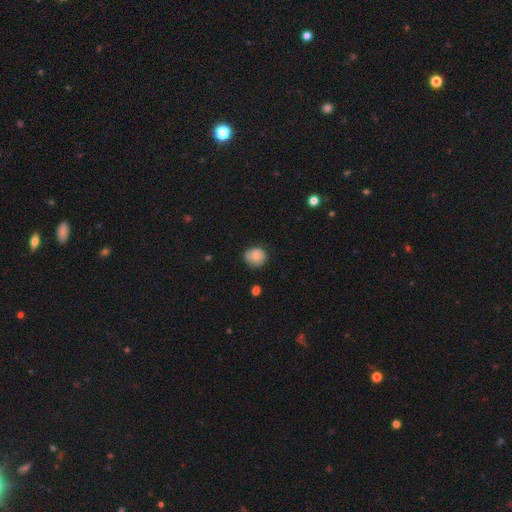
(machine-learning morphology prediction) smooth_or_featured: smooth (p=0.82) [alt: featured or disk p=0.10]
how_rounded: round (p=0.78) [alt: in between p=0.21]
merging: none (p=0.71) [alt: minor disturbance p=0.23]